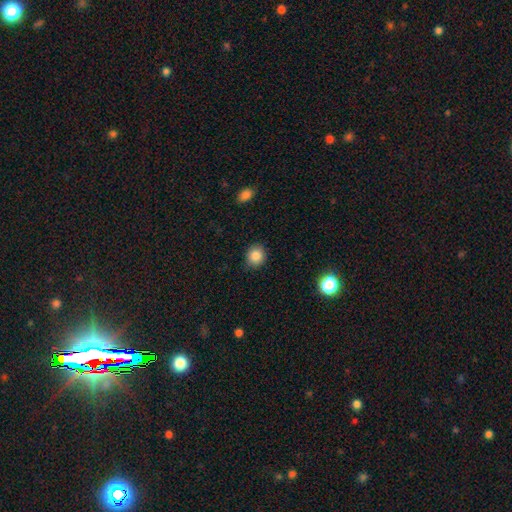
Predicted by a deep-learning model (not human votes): Smooth or featured? smooth (85%)
How rounded? round (77%)
Merging? none (88%)